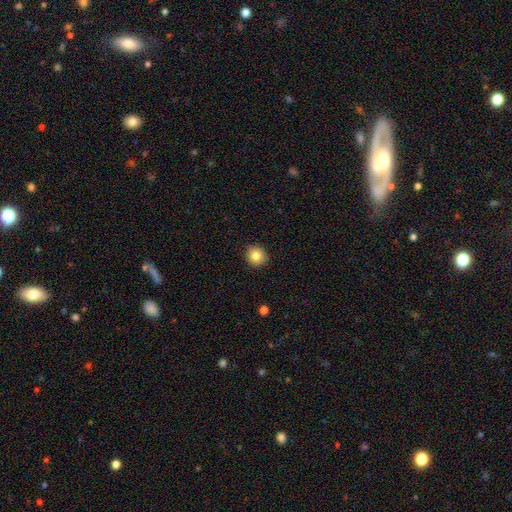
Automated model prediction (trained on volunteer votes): smooth_or_featured: smooth (p=0.82) [alt: star or artifact p=0.10]
how_rounded: round (p=0.86) [alt: in between p=0.13]
merging: none (p=0.90) [alt: minor disturbance p=0.07]